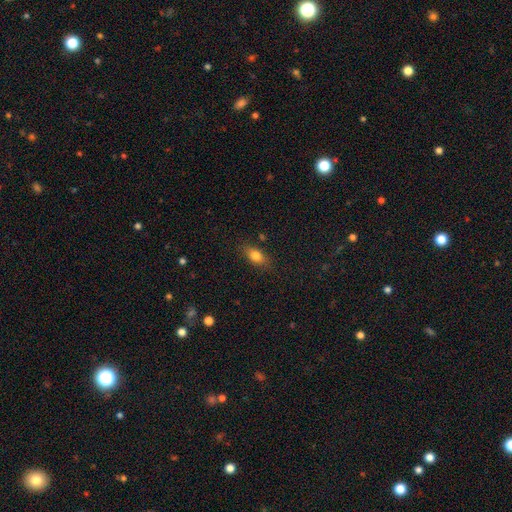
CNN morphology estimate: Q: Smooth or featured?
A: smooth (80%); runner-up: featured or disk (11%)
Q: How rounded?
A: in between (82%); runner-up: cigar-shaped (9%)
Q: Merging?
A: none (82%); runner-up: minor disturbance (13%)